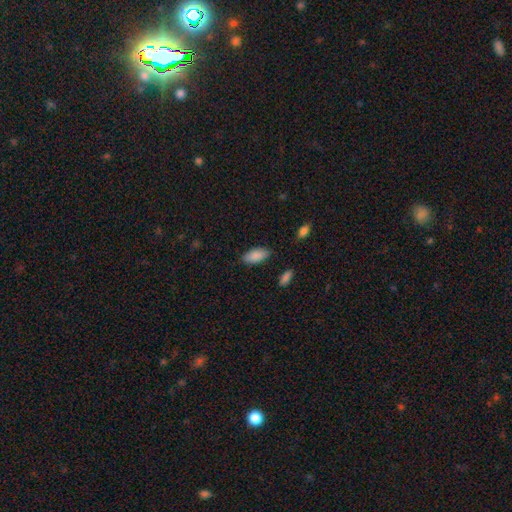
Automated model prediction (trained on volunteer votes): Morphology: type=smooth (88%); roundness=in between (90%); merging=none (82%).